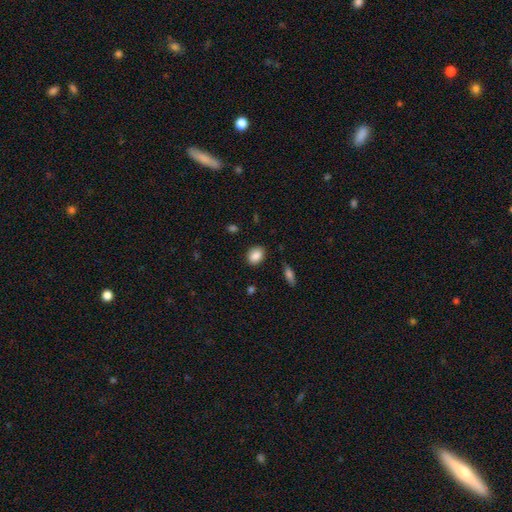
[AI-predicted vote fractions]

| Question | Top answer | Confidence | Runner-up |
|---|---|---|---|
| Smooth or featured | smooth | 88% | star or artifact (8%) |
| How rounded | in between | 62% | round (36%) |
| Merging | none | 86% | minor disturbance (10%) |